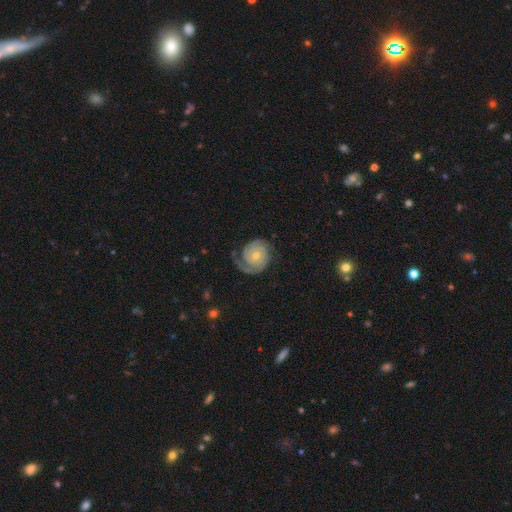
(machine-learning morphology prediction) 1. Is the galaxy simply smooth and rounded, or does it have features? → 84% featured or disk, 10% smooth, 5% star or artifact.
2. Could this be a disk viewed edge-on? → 98% no, 2% yes.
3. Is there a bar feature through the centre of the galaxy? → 72% no, 23% weak, 5% strong.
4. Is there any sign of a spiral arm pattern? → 96% yes, 4% no.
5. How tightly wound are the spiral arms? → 61% tight, 28% medium, 11% loose.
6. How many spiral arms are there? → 64% 2, 17% 1, 9% can't tell, 6% 3, 2% 4, 2% more than 4.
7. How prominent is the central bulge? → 52% small, 43% moderate, 2% large, 2% none, 1% dominant.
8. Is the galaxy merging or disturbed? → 67% none, 18% minor disturbance, 13% major disturbance, 2% merger.